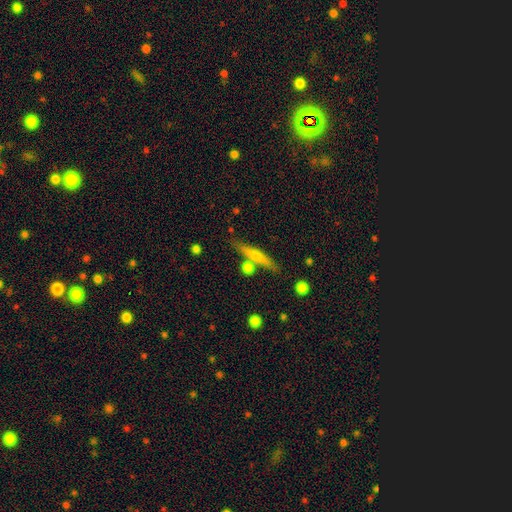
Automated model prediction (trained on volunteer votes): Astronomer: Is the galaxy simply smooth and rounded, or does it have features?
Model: featured or disk — 49% (runner-up: smooth, 44%).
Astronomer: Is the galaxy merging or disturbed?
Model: none — 75%.